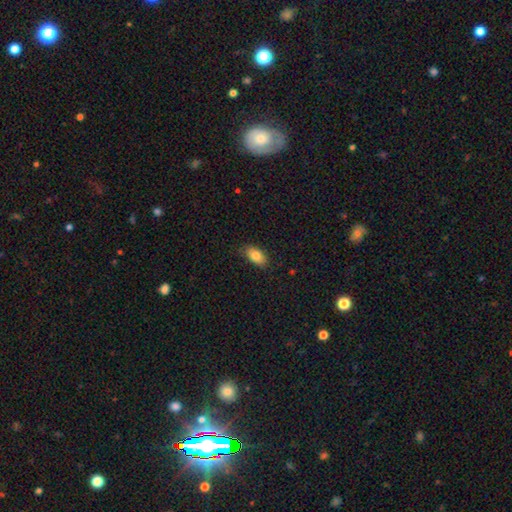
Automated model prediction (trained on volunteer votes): smooth-or-featured: smooth: 83% | featured or disk: 9% | star or artifact: 7%
  how-rounded: in between: 91% | round: 5% | cigar-shaped: 4%
  merging: none: 80% | minor disturbance: 16% | major disturbance: 3% | merger: 1%